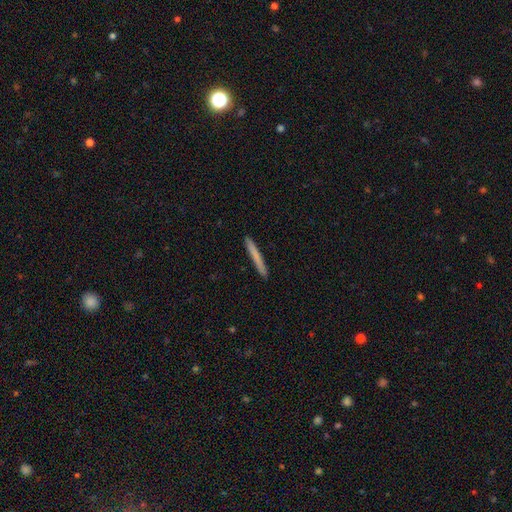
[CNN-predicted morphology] smooth_or_featured: smooth (p=0.74) [alt: featured or disk p=0.20]
how_rounded: cigar-shaped (p=0.97) [alt: in between p=0.02]
merging: none (p=0.92) [alt: minor disturbance p=0.06]